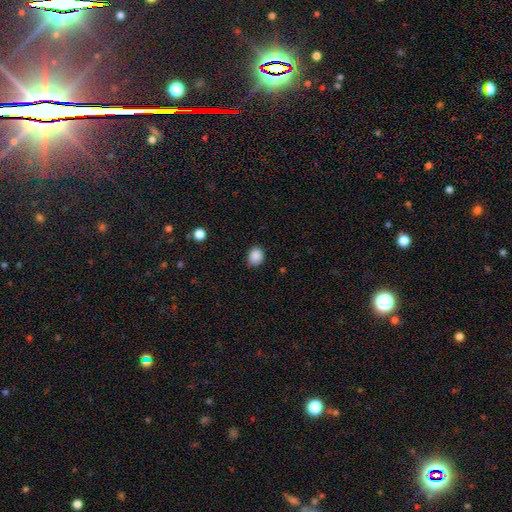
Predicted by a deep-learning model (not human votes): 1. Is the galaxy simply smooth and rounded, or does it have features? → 88% smooth, 9% star or artifact, 3% featured or disk.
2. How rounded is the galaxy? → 63% round, 36% in between, 1% cigar-shaped.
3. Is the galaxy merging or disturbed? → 86% none, 10% minor disturbance, 2% major disturbance, 1% merger.